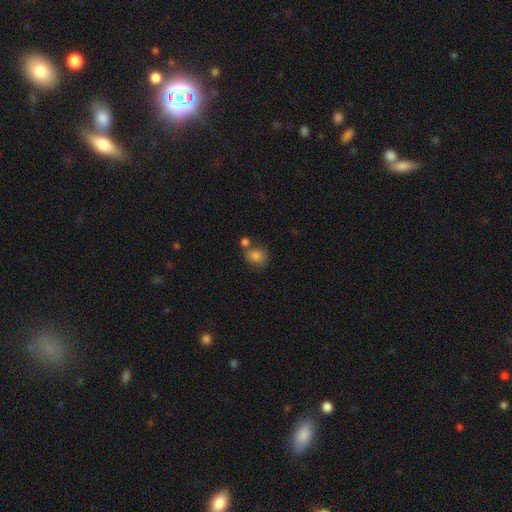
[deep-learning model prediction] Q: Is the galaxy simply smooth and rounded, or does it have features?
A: smooth — 81%.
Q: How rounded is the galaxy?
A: round — 61%.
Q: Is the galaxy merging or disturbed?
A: none — 53%.